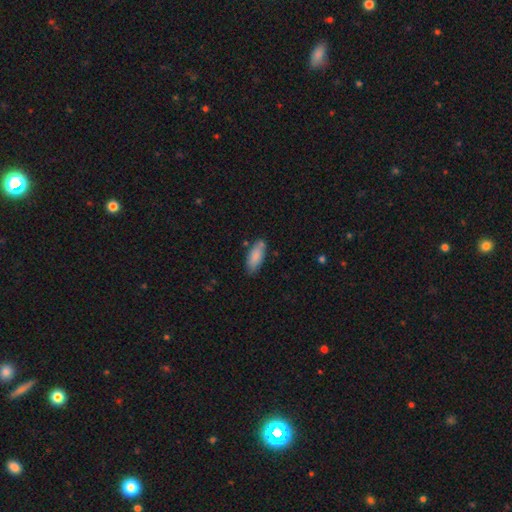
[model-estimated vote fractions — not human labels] This appears to be a smooth galaxy with no disk features (85%) that is in between round and cigar-shaped (77%). Merging: none (77%).